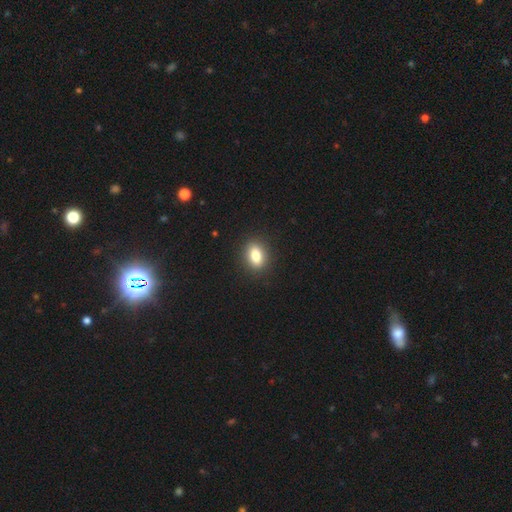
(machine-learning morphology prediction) This appears to be a smooth galaxy with no disk features (84%) that is in between round and cigar-shaped (79%). Merging: none (89%).